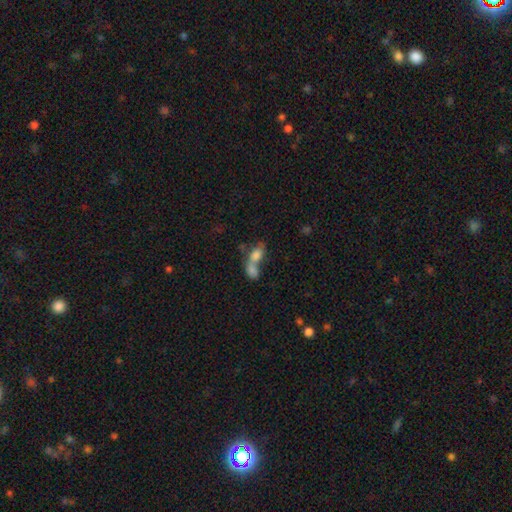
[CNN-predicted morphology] This appears to be a smooth galaxy with no disk features (73%) that is in between round and cigar-shaped (80%). Merging: merger (72%).